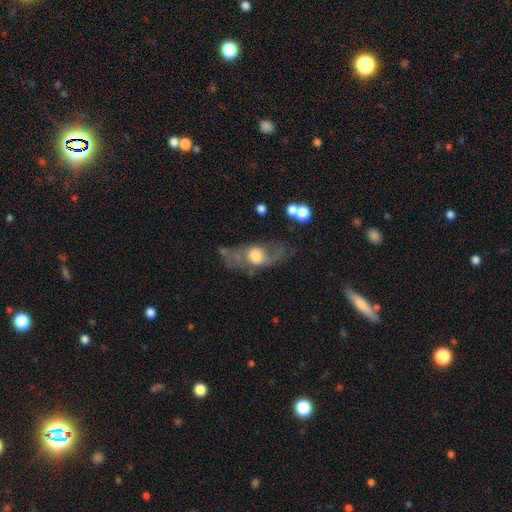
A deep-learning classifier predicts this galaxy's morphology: This appears to be a featured or disk galaxy (60%) with no bar (72%), spiral arms (64%) and a large central bulge (43%). Merging: none (45%).